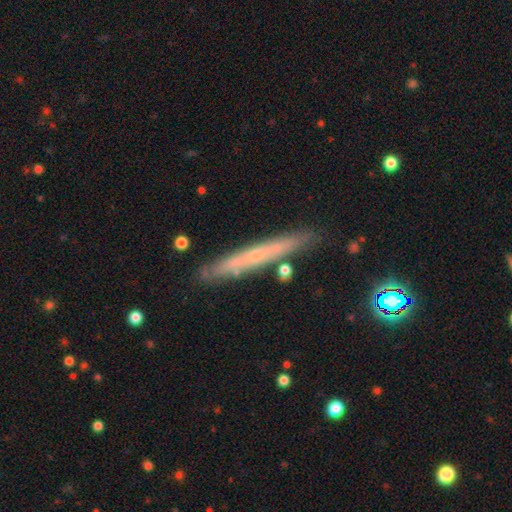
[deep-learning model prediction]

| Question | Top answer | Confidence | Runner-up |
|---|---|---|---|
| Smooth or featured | featured or disk | 56% | smooth (36%) |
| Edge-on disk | yes | 89% | no (11%) |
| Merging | none | 85% | minor disturbance (11%) |